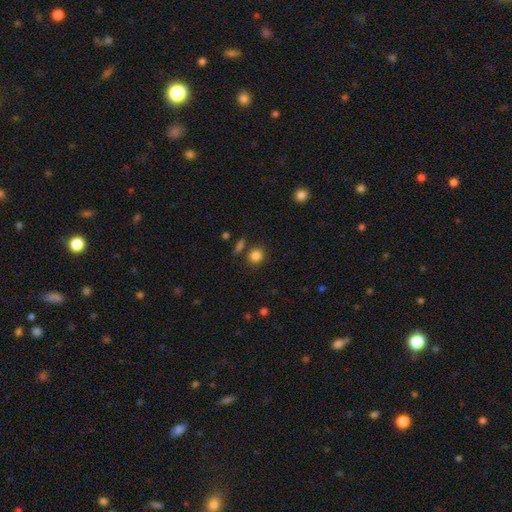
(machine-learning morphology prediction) A smooth galaxy with no disk features (84%) that is round (80%). Merging: none (78%).